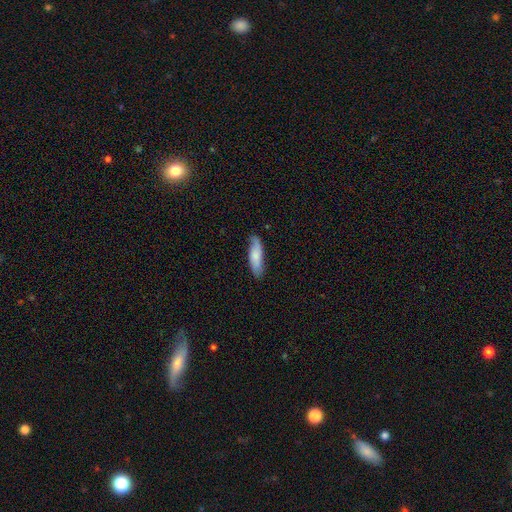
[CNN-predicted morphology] This is likely a smooth galaxy (74%). How rounded: possibly cigar-shaped (54%). Merging: likely none (78%).